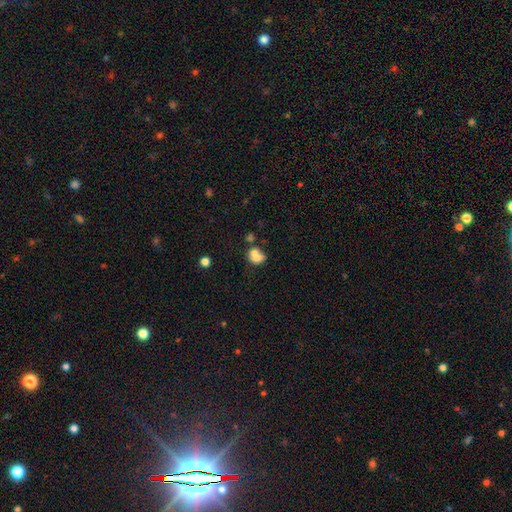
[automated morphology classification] Smooth or featured?
  - smooth: 68% *
  - featured or disk: 21%
  - star or artifact: 11%
How rounded?
  - in between: 50% *
  - round: 49%
  - cigar-shaped: 1%
Merging?
  - merger: 55% *
  - none: 26%
  - minor disturbance: 11%
  - major disturbance: 8%